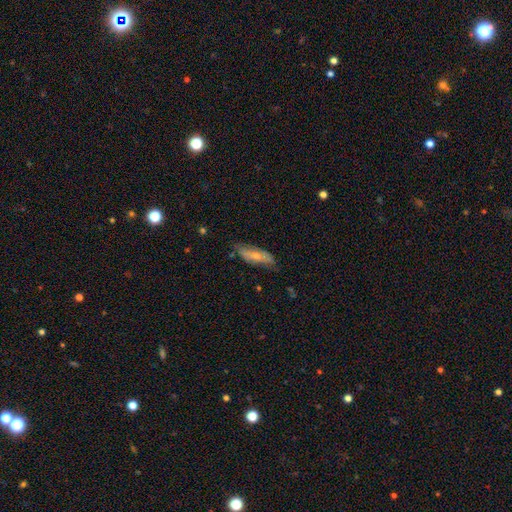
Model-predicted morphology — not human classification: A smooth galaxy with no disk features (57%) that is in between round and cigar-shaped (55%).

Vote fractions:
- Smooth or featured? smooth: 57% / featured or disk: 37% / star or artifact: 6%
- How rounded? in between: 55% / cigar-shaped: 42% / round: 2%
- Merging? none: 68% / minor disturbance: 24% / major disturbance: 5% / merger: 2%